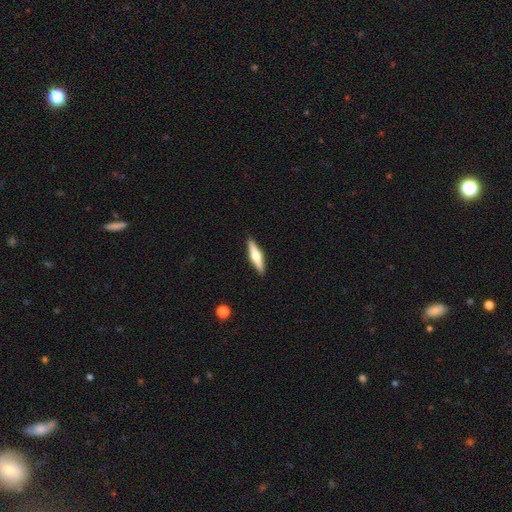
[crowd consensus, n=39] A featured or disk galaxy (67%) viewed edge-on (92%) with a rounded central bulge (92%). Merging: none (86%).